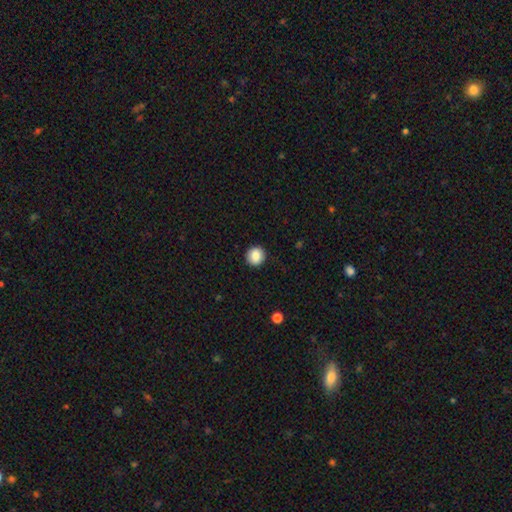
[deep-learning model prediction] Smooth or featured?
  - smooth: 87% *
  - star or artifact: 8%
  - featured or disk: 5%
How rounded?
  - round: 92% *
  - in between: 7%
  - cigar-shaped: 1%
Merging?
  - none: 92% *
  - minor disturbance: 6%
  - major disturbance: 2%
  - merger: 1%